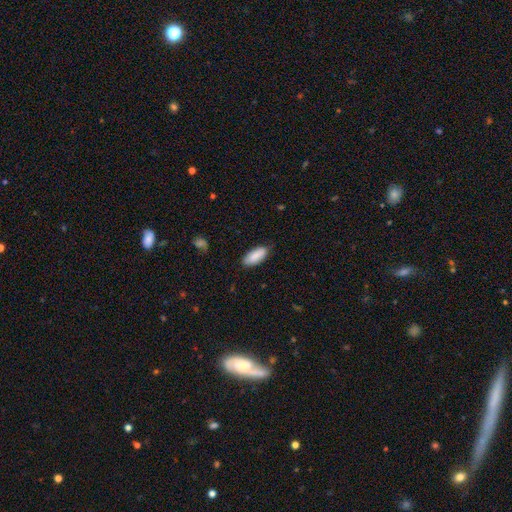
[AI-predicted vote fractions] Morphology: type=smooth (88%); roundness=in between (84%); merging=none (82%).